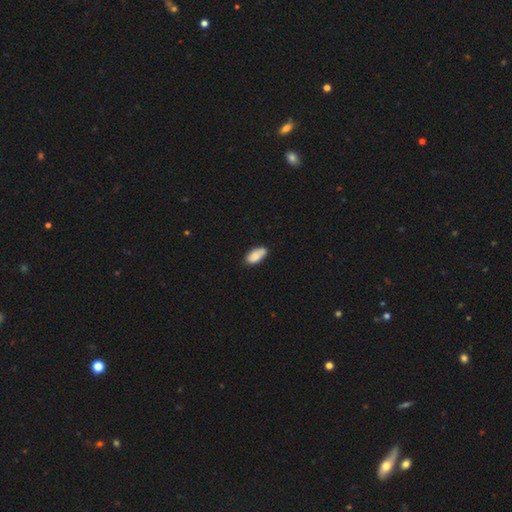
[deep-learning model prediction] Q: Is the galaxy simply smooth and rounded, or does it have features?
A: smooth — 81%.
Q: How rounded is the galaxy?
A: in between — 92%.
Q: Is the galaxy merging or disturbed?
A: none — 68%.